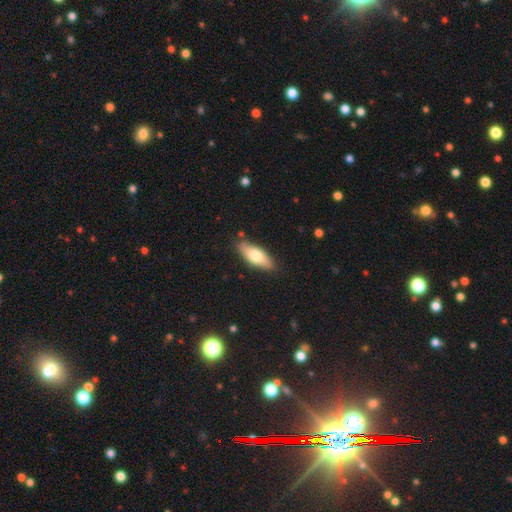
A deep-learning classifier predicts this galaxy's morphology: Smooth or featured: smooth — 71% (featured or disk — 23%)
How rounded: in between — 74% (cigar-shaped — 24%)
Merging: none — 84% (minor disturbance — 12%)